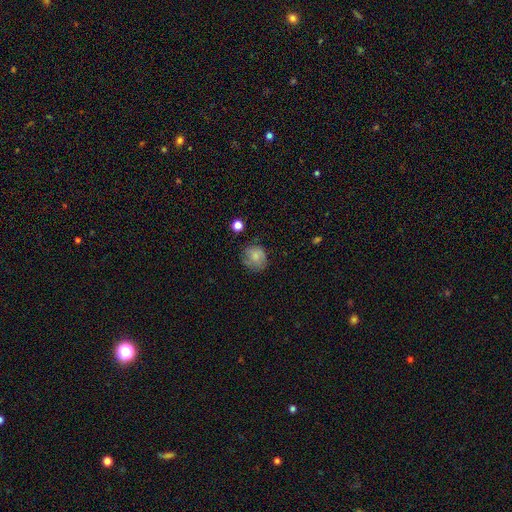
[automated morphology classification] smooth 70%, featured or disk 20%, star or artifact 10%. Down the decision tree: how rounded — round (75%); merging — none (65%).